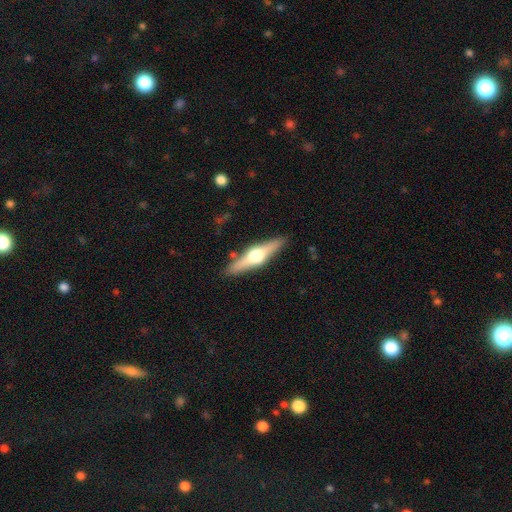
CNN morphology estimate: Smooth or featured?
  - featured or disk: 69% *
  - smooth: 26%
  - star or artifact: 5%
Edge-on disk?
  - yes: 97% *
  - no: 3%
Edge-on bulge?
  - rounded: 95% *
  - boxy: 3%
  - none: 1%
Merging?
  - none: 87% *
  - minor disturbance: 9%
  - merger: 2%
  - major disturbance: 2%